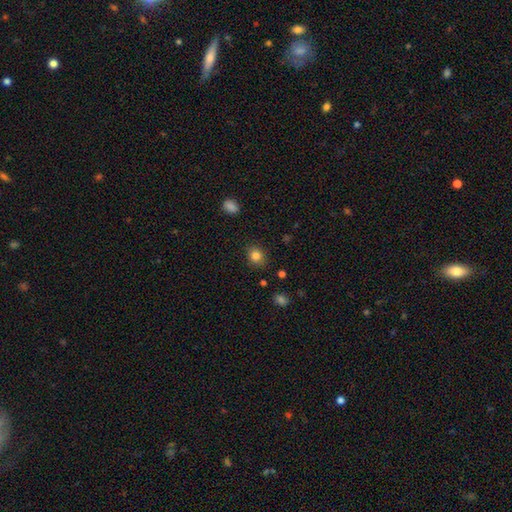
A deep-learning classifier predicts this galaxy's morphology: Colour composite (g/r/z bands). It shows a smooth galaxy with no disk features (84%) that is round (72%). Merging: none (86%).